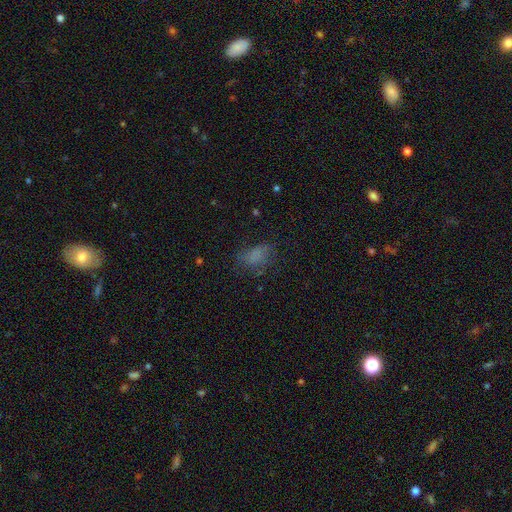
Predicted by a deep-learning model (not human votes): Smooth or featured? smooth (70%)
How rounded? in between (83%)
Merging? none (58%)